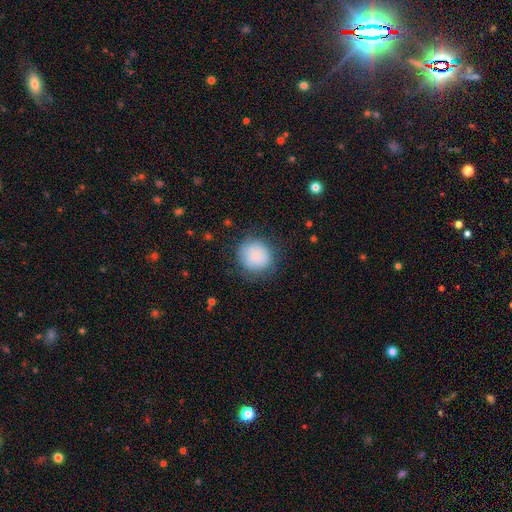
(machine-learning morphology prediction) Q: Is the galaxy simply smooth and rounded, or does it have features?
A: smooth — 81%.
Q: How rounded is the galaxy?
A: round — 88%.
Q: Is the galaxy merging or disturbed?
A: none — 75%.